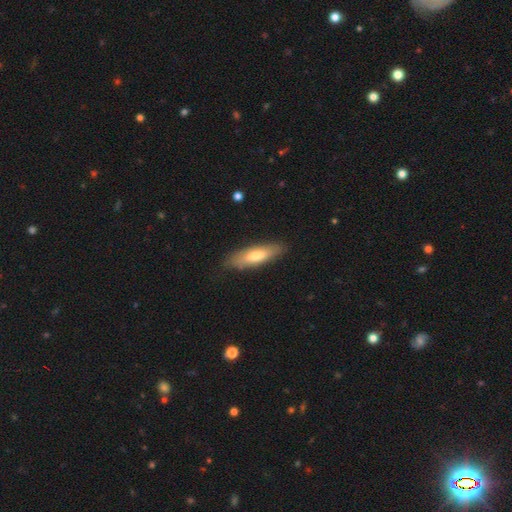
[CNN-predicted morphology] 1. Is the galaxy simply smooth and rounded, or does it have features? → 67% smooth, 28% featured or disk, 6% star or artifact.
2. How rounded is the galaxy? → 58% cigar-shaped, 40% in between, 2% round.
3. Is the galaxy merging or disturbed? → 84% none, 13% minor disturbance, 2% major disturbance, 1% merger.